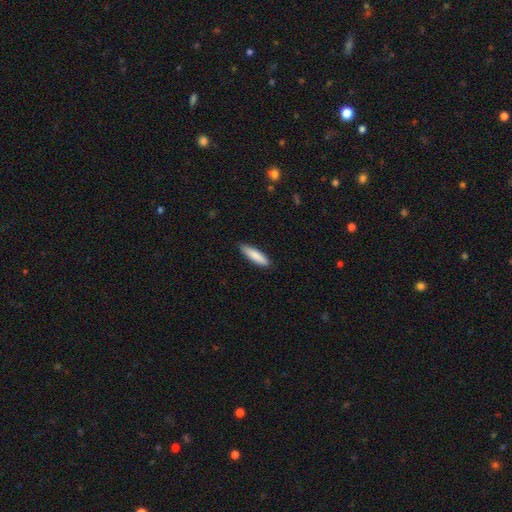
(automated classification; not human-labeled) Overall: smooth (86%). How rounded: cigar-shaped (73%). Merging: none (87%).